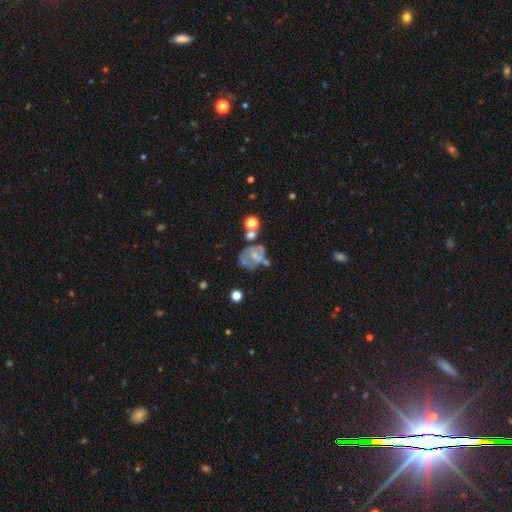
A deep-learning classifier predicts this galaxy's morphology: This appears to be a featured or disk galaxy (59%) with no bar (80%), no spiral arms (55%) and a small central bulge (56%). Merging: none (31%).